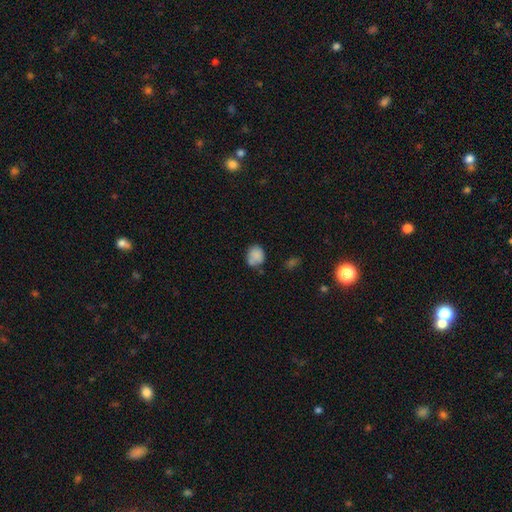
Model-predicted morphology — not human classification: Smooth or featured?
  - smooth: 83% *
  - star or artifact: 9%
  - featured or disk: 8%
How rounded?
  - round: 63% *
  - in between: 36%
  - cigar-shaped: 1%
Merging?
  - none: 57% *
  - minor disturbance: 25%
  - merger: 11%
  - major disturbance: 7%